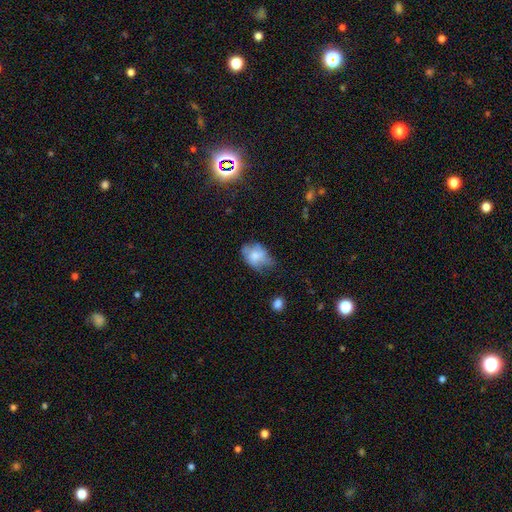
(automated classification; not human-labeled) A smooth galaxy with no disk features (67%) that is in between round and cigar-shaped (73%).

Vote fractions:
- Smooth or featured? smooth: 67% / featured or disk: 24% / star or artifact: 9%
- How rounded? in between: 73% / round: 26% / cigar-shaped: 1%
- Merging? minor disturbance: 41% / none: 36% / major disturbance: 19% / merger: 4%